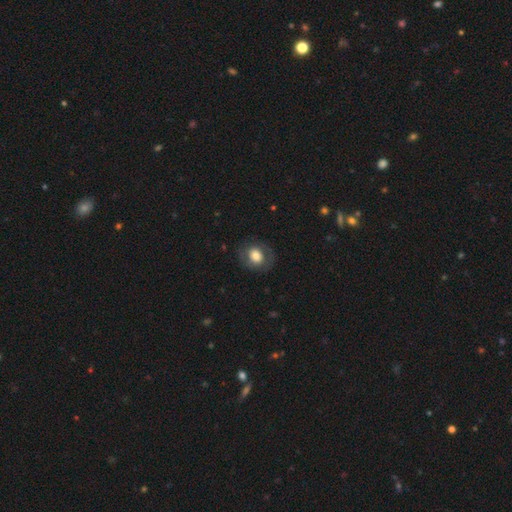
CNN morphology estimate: A smooth galaxy with no disk features (70%) that is round (57%).

Vote fractions:
- Smooth or featured? smooth: 70% / featured or disk: 22% / star or artifact: 8%
- How rounded? round: 57% / in between: 42% / cigar-shaped: 1%
- Merging? none: 75% / minor disturbance: 15% / major disturbance: 9% / merger: 1%